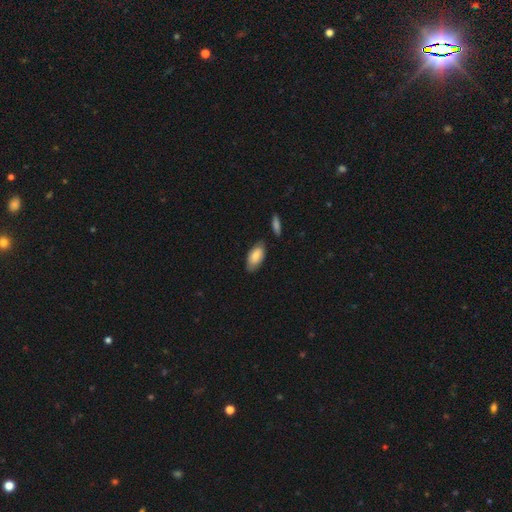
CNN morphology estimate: Smooth or featured: smooth — 78% (featured or disk — 17%)
How rounded: in between — 93% (cigar-shaped — 5%)
Merging: none — 77% (minor disturbance — 16%)